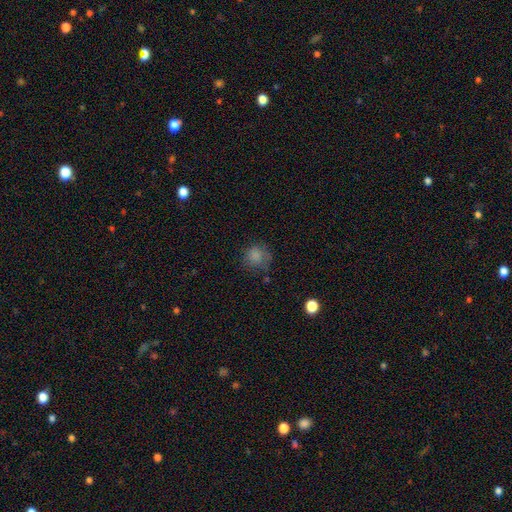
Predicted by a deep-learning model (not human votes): A smooth galaxy with no disk features (79%) that is round (85%).

Vote fractions:
- Smooth or featured? smooth: 79% / star or artifact: 12% / featured or disk: 9%
- How rounded? round: 85% / in between: 14% / cigar-shaped: 1%
- Merging? none: 63% / minor disturbance: 23% / major disturbance: 11% / merger: 3%